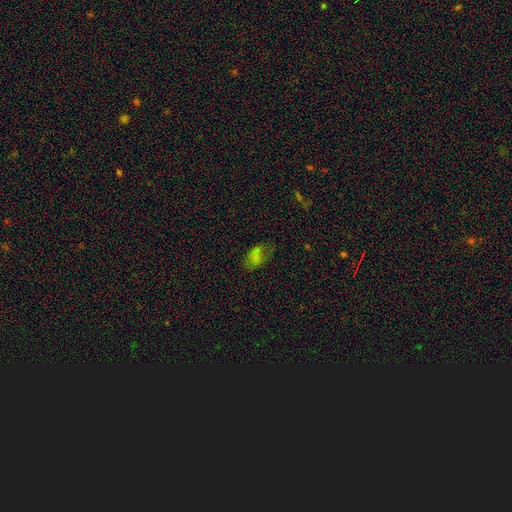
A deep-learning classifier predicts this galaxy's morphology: The model was most divided on "merging": none: 48%, minor disturbance: 29%, major disturbance: 20%, merger: 4%. More confident: how rounded — in between (89%); smooth or featured — smooth (65%).